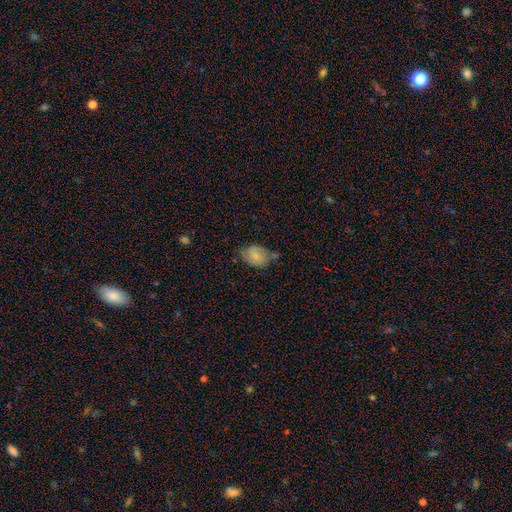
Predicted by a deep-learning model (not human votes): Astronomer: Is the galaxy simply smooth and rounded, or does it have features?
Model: smooth — 77%.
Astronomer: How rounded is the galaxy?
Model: in between — 80%.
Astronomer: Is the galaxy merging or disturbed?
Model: none — 59%.